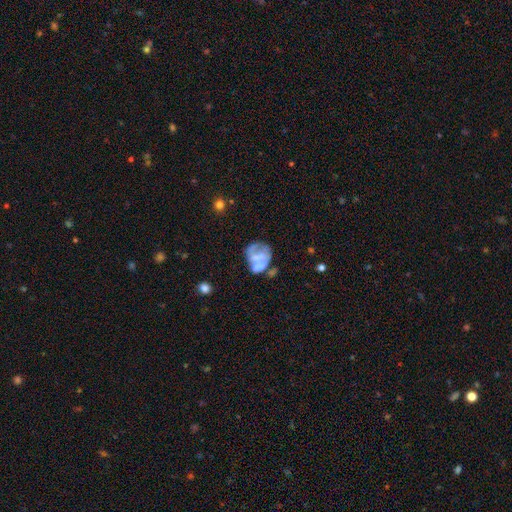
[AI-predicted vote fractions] A featured or disk galaxy (51%).

Vote fractions:
- Smooth or featured? featured or disk: 51% / smooth: 39% / star or artifact: 10%
- Edge-on disk? no: 98% / yes: 2%
- Merging? none: 31% / major disturbance: 27% / merger: 22% / minor disturbance: 20%